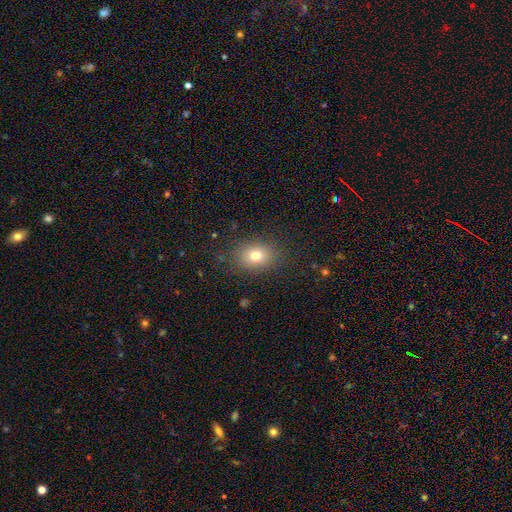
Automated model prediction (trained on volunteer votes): Morphology: type=smooth (76%); roundness=in between (56%); merging=none (84%).